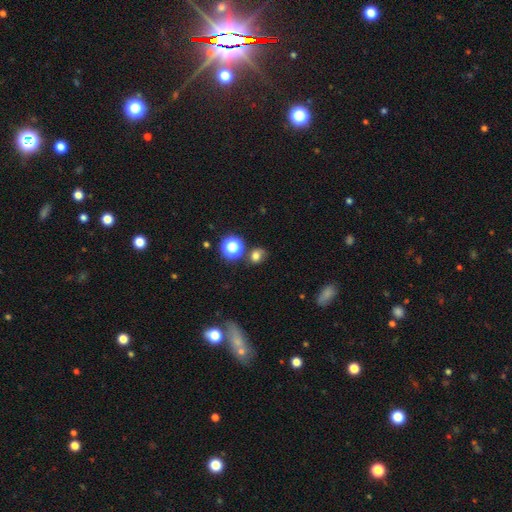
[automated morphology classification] A smooth galaxy with no disk features (72%) that is round (58%). Merging: none (67%).